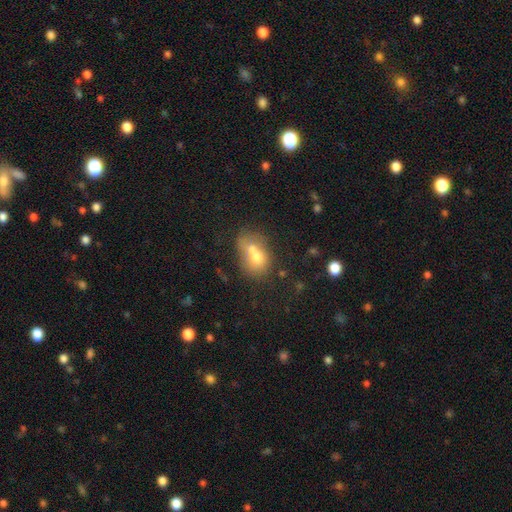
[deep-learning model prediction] This is likely a smooth galaxy (63%). How rounded: possibly in between (50%). Merging: likely merger (61%).